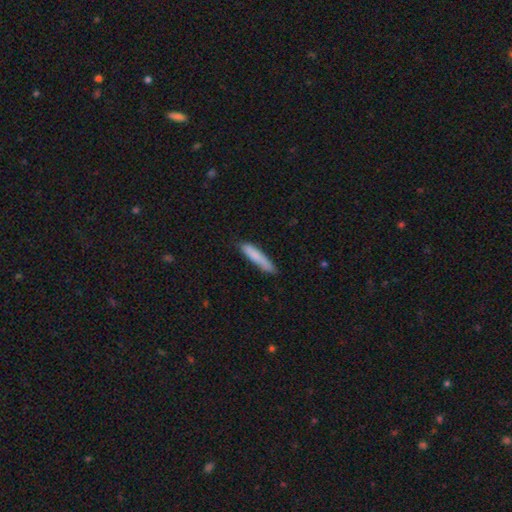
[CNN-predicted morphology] Q: Smooth or featured?
A: smooth (81%); runner-up: featured or disk (13%)
Q: How rounded?
A: cigar-shaped (89%); runner-up: in between (10%)
Q: Merging?
A: none (78%); runner-up: minor disturbance (18%)